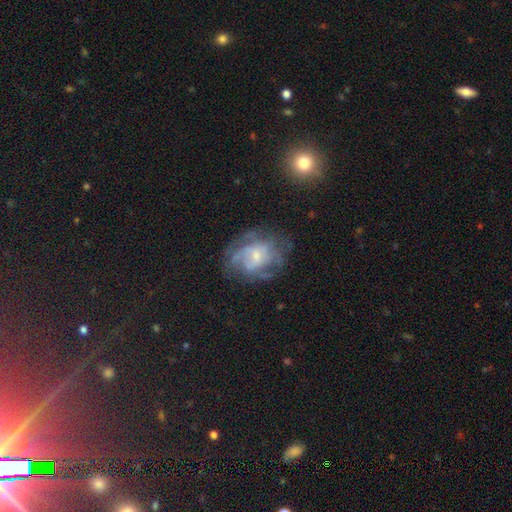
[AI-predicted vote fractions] Smooth or featured: featured or disk — 71% (smooth — 20%)
Edge-on disk: no — 97% (yes — 3%)
Bar: no — 59% (weak — 35%)
Spiral arms: yes — 74% (no — 26%)
Spiral winding: medium — 41% (tight — 39%)
Spiral arm count: can't tell — 48% (2 — 18%)
Bulge size: small — 54% (moderate — 34%)
Merging: none — 56% (minor disturbance — 22%)